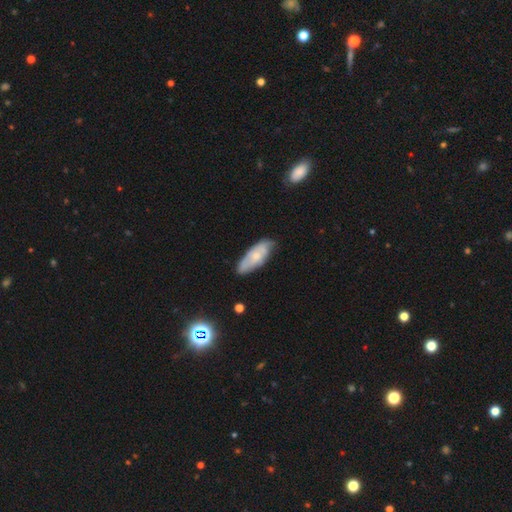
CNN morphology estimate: The model was most divided on "smooth or featured": smooth: 54%, featured or disk: 39%, star or artifact: 7%. More confident: how rounded — in between (75%); merging — none (69%).